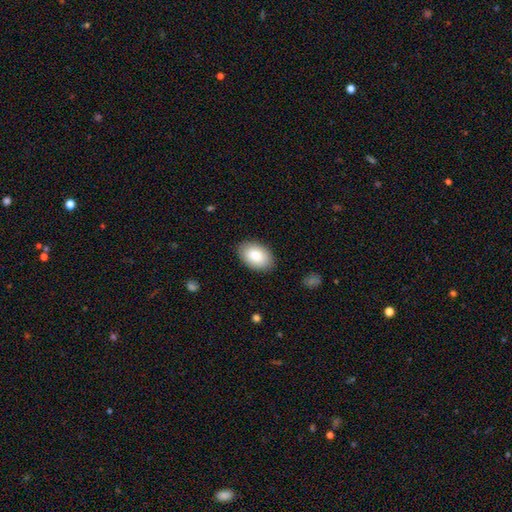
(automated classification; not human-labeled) Q: Smooth or featured?
A: smooth (85%); runner-up: featured or disk (9%)
Q: How rounded?
A: in between (91%); runner-up: round (8%)
Q: Merging?
A: none (87%); runner-up: minor disturbance (10%)